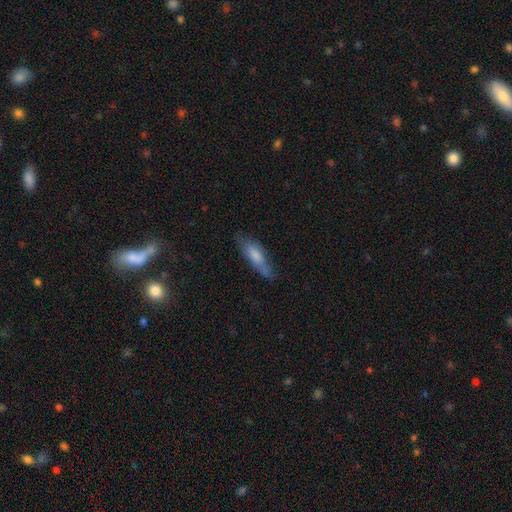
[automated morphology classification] Overall: smooth (67%). How rounded: cigar-shaped (58%; in between 40%). Merging: none (63%; minor disturbance 27%).